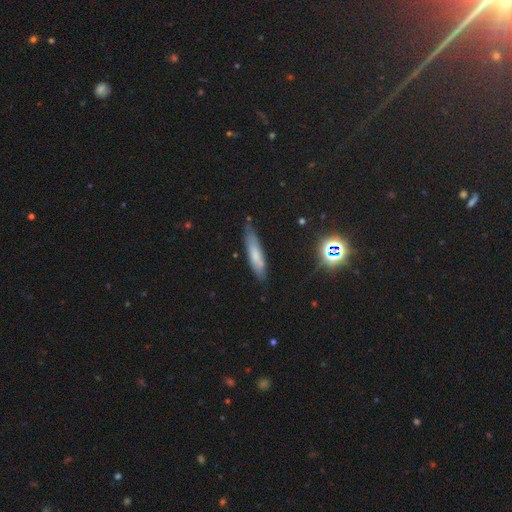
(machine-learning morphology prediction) smooth-or-featured: smooth: 64% | featured or disk: 25% | star or artifact: 11%
  how-rounded: cigar-shaped: 78% | in between: 20% | round: 2%
  merging: none: 74% | minor disturbance: 20% | major disturbance: 4% | merger: 2%